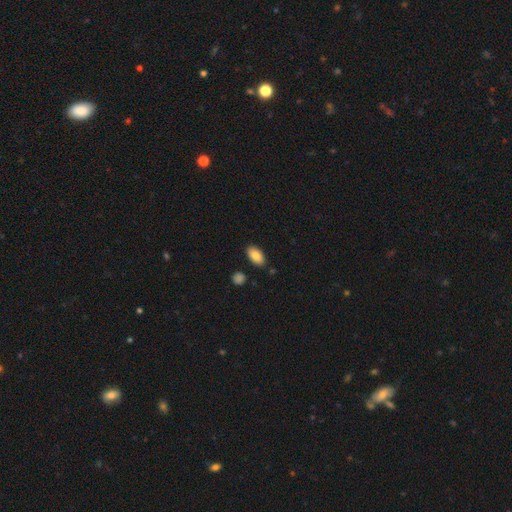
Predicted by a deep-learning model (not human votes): Smooth or featured? smooth (86%)
How rounded? in between (94%)
Merging? none (86%)